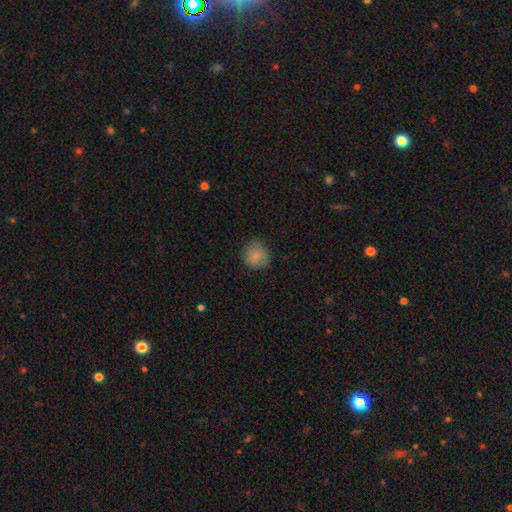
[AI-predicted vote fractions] Morphology: type=smooth (81%); roundness=round (84%); merging=none (72%).